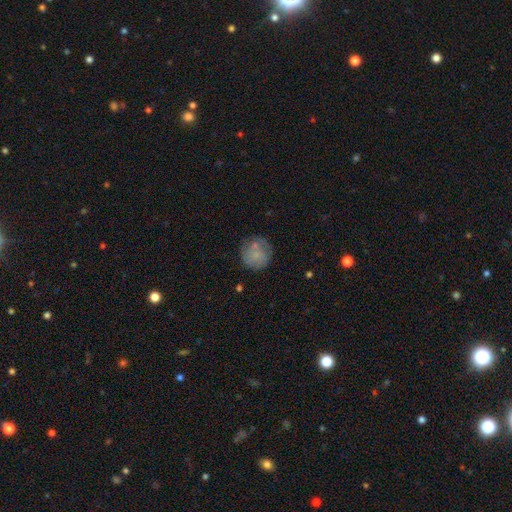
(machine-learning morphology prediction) The model was most divided on "smooth or featured": smooth: 62%, featured or disk: 29%, star or artifact: 8%. More confident: how rounded — round (89%); merging — none (63%).